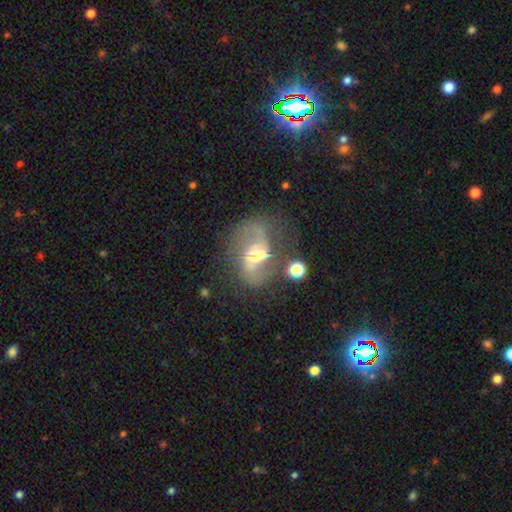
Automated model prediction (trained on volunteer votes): The model was most divided on "bar": weak: 44%, no: 39%, strong: 17%. Remaining: edge-on disk — no (97%); spiral arms — yes (81%); spiral arm count — 2 (80%); smooth or featured — featured or disk (75%); bulge size — moderate (58%); spiral winding — loose (57%); merging — none (37%).